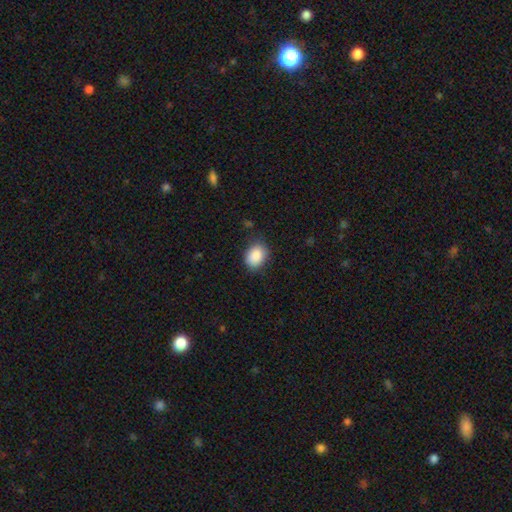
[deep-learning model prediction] Smooth or featured? smooth (88%)
How rounded? in between (66%)
Merging? none (80%)